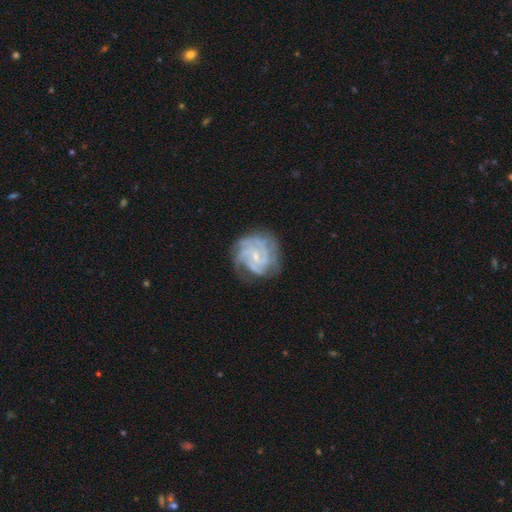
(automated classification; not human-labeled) Morphology: type=featured or disk (86%); edge-on=no (98%); bar=no (55%); spiral arms=yes (96%); winding=tight (63%); arm count=3 (27%); bulge=small (72%); merging=none (70%).